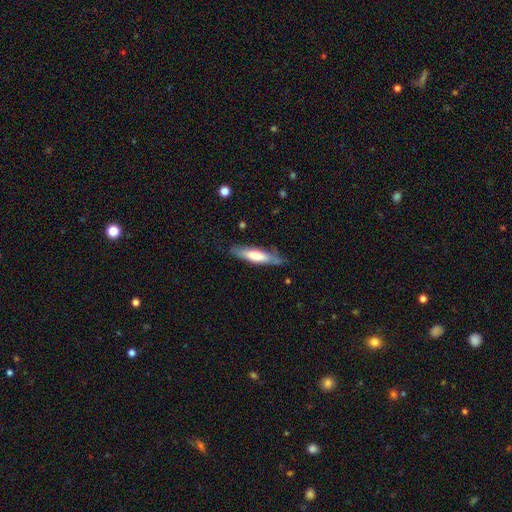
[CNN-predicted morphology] Smooth or featured: smooth — 61% (featured or disk — 33%)
How rounded: cigar-shaped — 76% (in between — 23%)
Merging: none — 77% (minor disturbance — 18%)